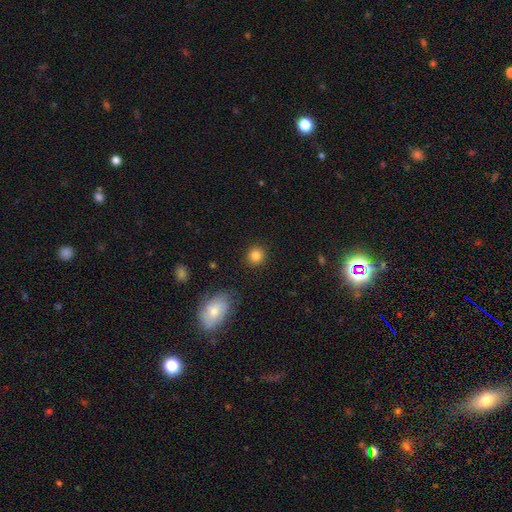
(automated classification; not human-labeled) Smooth or featured?
  - smooth: 85% *
  - star or artifact: 10%
  - featured or disk: 5%
How rounded?
  - round: 89% *
  - in between: 10%
  - cigar-shaped: 1%
Merging?
  - none: 89% *
  - minor disturbance: 7%
  - major disturbance: 2%
  - merger: 1%